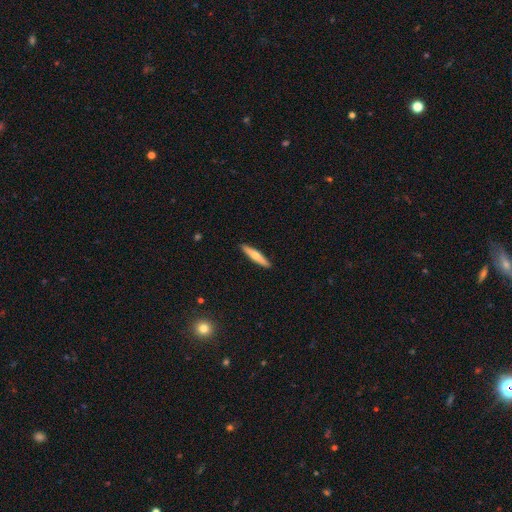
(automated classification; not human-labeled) This appears to be a smooth galaxy with no disk features (56%) that is cigar-shaped (89%). Merging: none (92%).